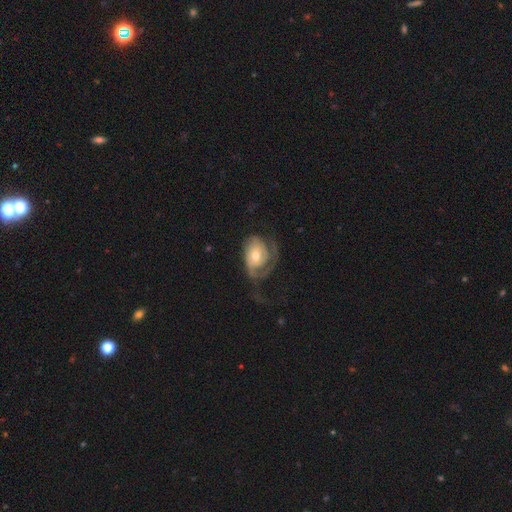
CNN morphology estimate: featured or disk 75%, smooth 20%, star or artifact 5%. Down the decision tree: edge-on disk — no (97%); bar — no (71%); spiral arms — yes (87%); spiral arm count — 1 (35%); spiral winding — tight (45%); bulge size — moderate (58%); merging — major disturbance (40%).